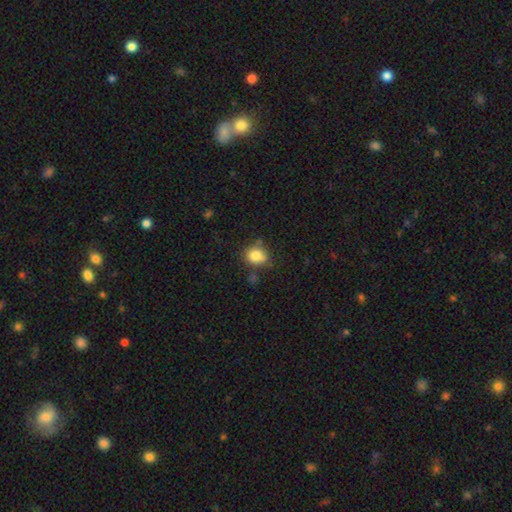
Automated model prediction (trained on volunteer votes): This is clearly a smooth galaxy (82%). How rounded: likely round (65%). Merging: likely none (66%).